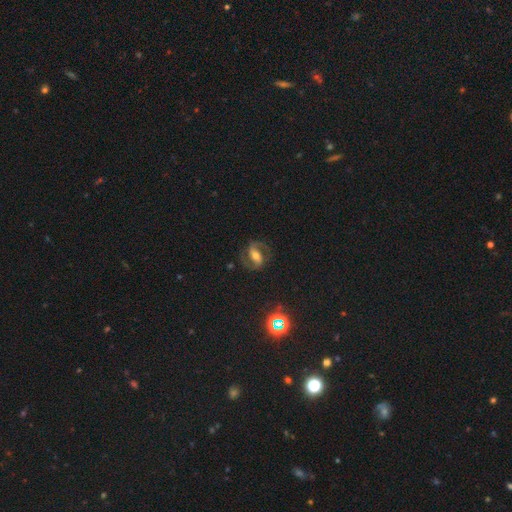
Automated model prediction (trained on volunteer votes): Morphology: type=featured or disk (75%); edge-on=no (96%); bar=strong (46%); spiral arms=yes (92%); winding=medium (54%); arm count=2 (91%); bulge=moderate (63%); merging=none (76%).